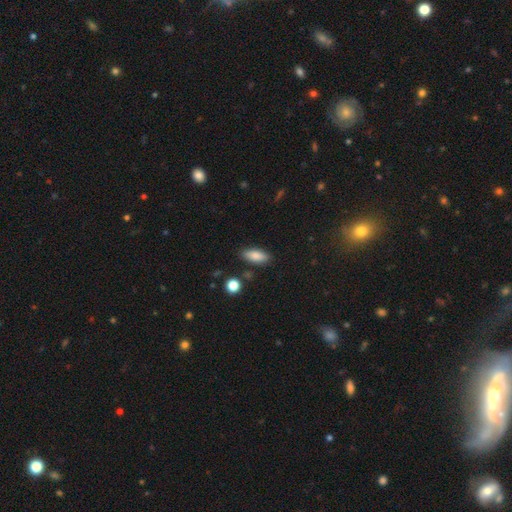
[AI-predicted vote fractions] Smooth or featured? smooth (85%)
How rounded? in between (76%)
Merging? none (85%)